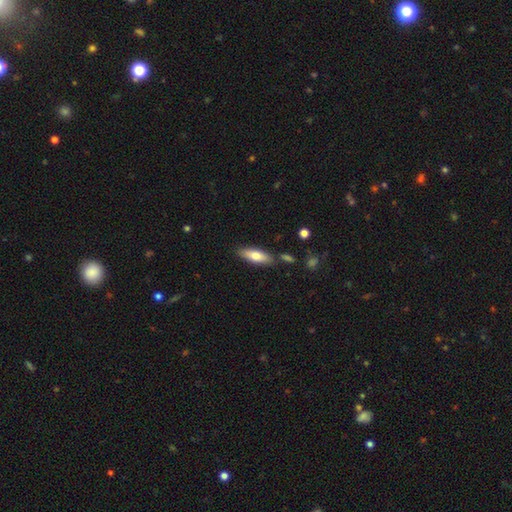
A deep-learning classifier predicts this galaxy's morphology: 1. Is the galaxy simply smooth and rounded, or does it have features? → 71% smooth, 23% featured or disk, 6% star or artifact.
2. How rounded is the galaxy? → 56% in between, 42% cigar-shaped, 2% round.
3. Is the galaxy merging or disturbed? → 80% none, 12% minor disturbance, 5% merger, 2% major disturbance.